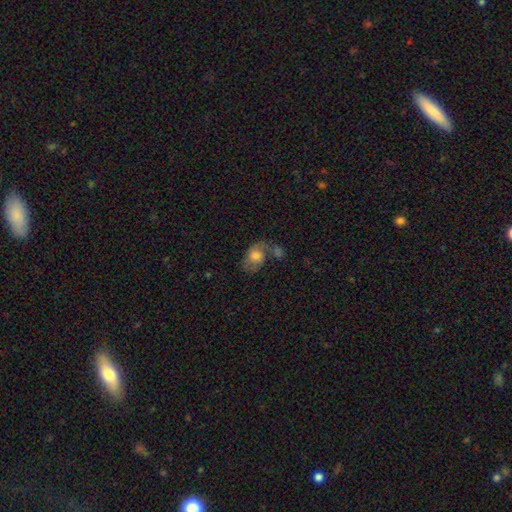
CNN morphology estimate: smooth 59%, featured or disk 32%, star or artifact 9%. Down the decision tree: how rounded — in between (74%); merging — none (32%).